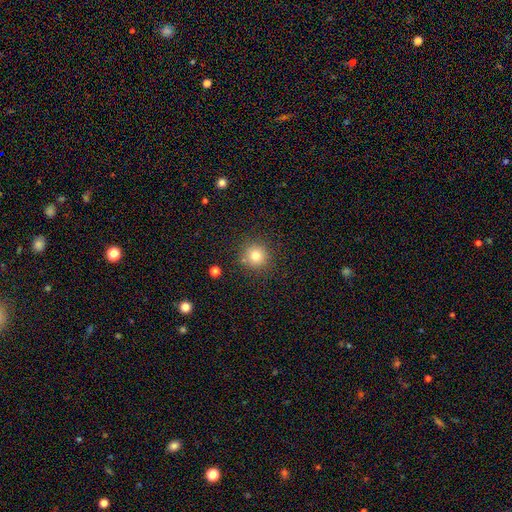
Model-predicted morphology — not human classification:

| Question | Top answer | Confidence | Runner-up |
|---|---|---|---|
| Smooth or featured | smooth | 79% | star or artifact (13%) |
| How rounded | round | 94% | in between (5%) |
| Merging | none | 85% | minor disturbance (8%) |